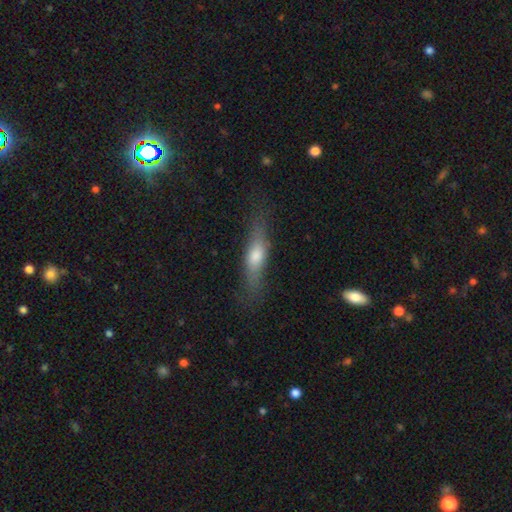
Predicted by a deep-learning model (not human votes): The model was most divided on "smooth or featured": smooth: 56%, featured or disk: 37%, star or artifact: 7%. More confident: merging — none (76%); how rounded — cigar-shaped (70%).